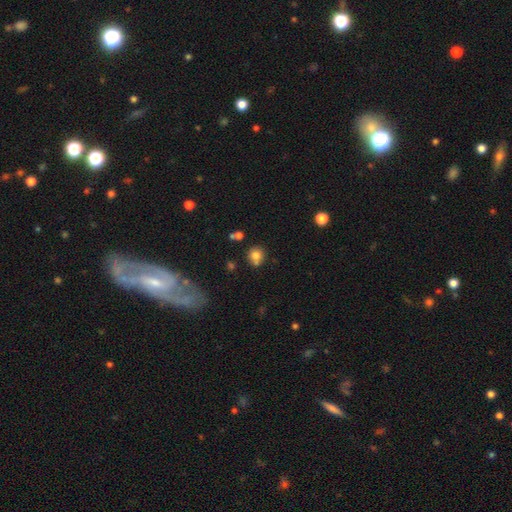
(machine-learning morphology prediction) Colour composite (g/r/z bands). It shows a smooth galaxy with no disk features (77%) that is round (84%). Merging: none (63%).